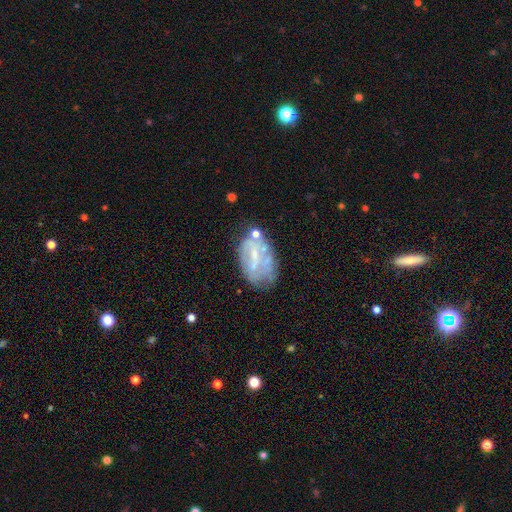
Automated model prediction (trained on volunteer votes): Smooth or featured?
  - featured or disk: 62% *
  - smooth: 28%
  - star or artifact: 10%
Edge-on disk?
  - no: 96% *
  - yes: 4%
Bar?
  - no: 48% *
  - weak: 36%
  - strong: 16%
Spiral arms?
  - no: 71% *
  - yes: 29%
Bulge size?
  - small: 46% *
  - none: 34%
  - moderate: 18%
  - large: 1%
  - dominant: 1%
Merging?
  - none: 45% *
  - minor disturbance: 25%
  - major disturbance: 18%
  - merger: 12%